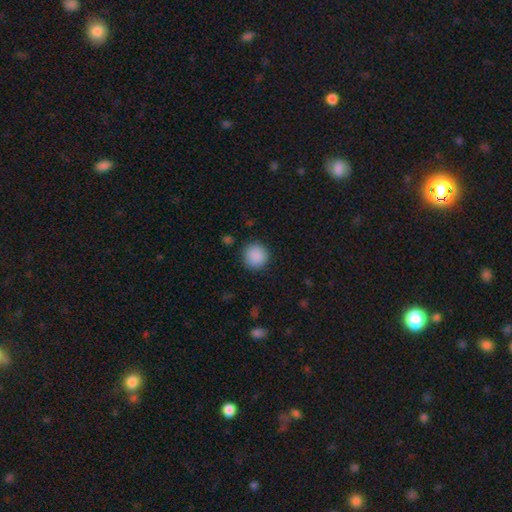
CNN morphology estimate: smooth_or_featured: smooth (p=0.89) [alt: star or artifact p=0.08]
how_rounded: round (p=0.93) [alt: in between p=0.06]
merging: none (p=0.90) [alt: minor disturbance p=0.07]